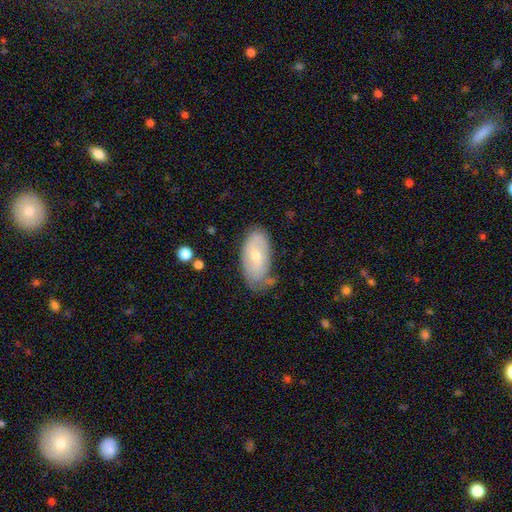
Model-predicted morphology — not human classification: This appears to be a smooth galaxy with no disk features (54%) that is in between round and cigar-shaped (92%). Merging: none (59%).